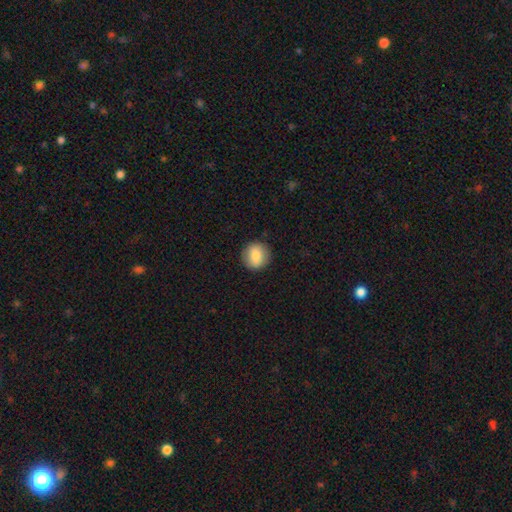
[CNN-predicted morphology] This appears to be a smooth galaxy with no disk features (81%) that is round (88%). Merging: none (90%).